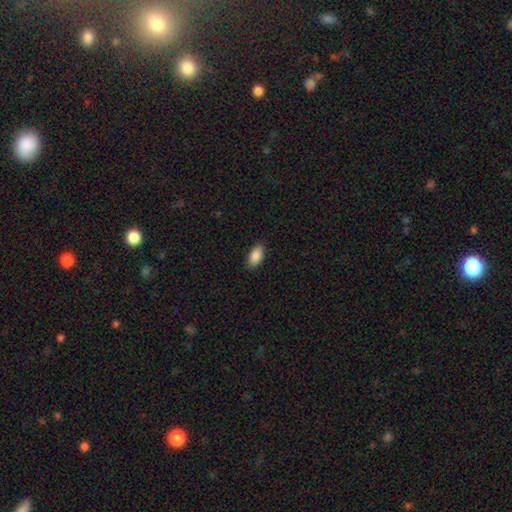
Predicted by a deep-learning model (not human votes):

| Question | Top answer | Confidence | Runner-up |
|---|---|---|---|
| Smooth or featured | smooth | 89% | star or artifact (7%) |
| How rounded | in between | 93% | cigar-shaped (4%) |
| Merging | none | 87% | minor disturbance (10%) |